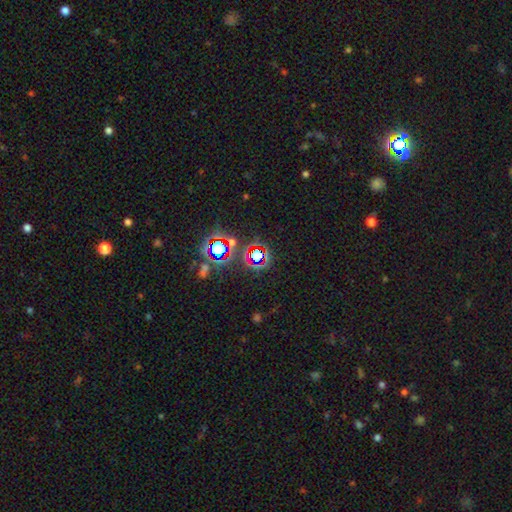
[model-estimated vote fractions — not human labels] star or artifact 76%, smooth 15%, featured or disk 9%.